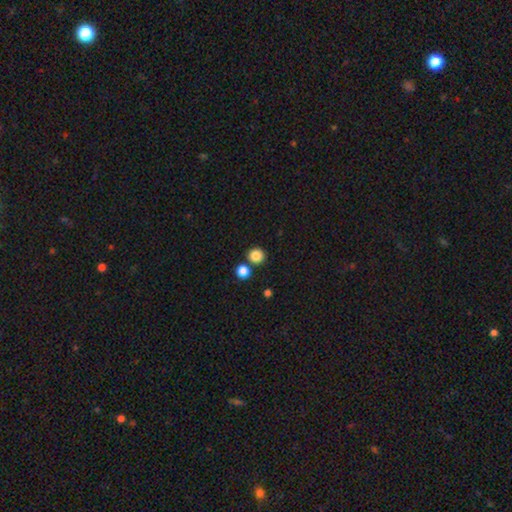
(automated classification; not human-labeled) Smooth or featured? smooth (85%)
How rounded? round (93%)
Merging? none (80%)